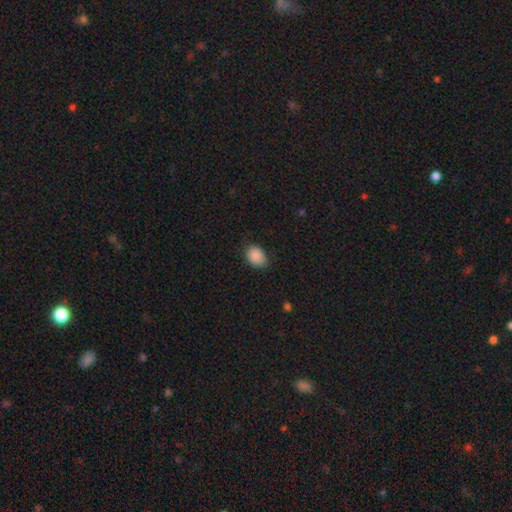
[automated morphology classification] Overall: smooth (89%). How rounded: in between (74%). Merging: none (74%).